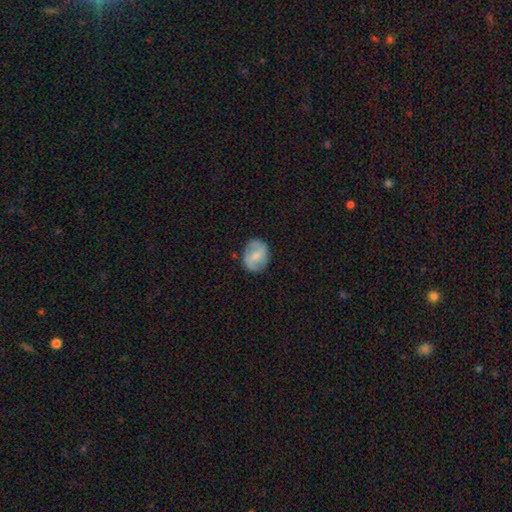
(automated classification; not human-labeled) This appears to be a smooth galaxy with no disk features (51%) that is round (58%). Merging: none (80%).